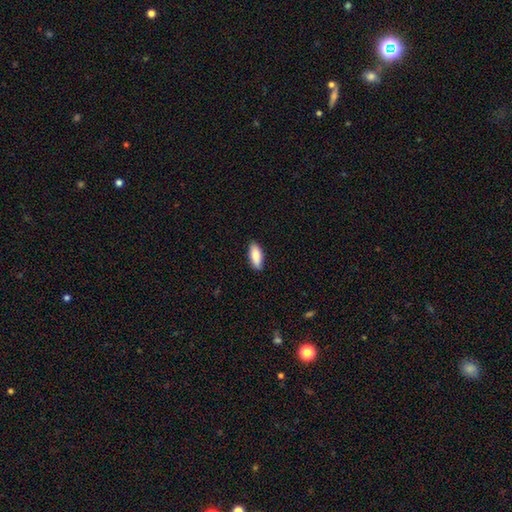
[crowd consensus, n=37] This is clearly a smooth galaxy (92%). How rounded: likely in between (76%). Merging: clearly none (86%).